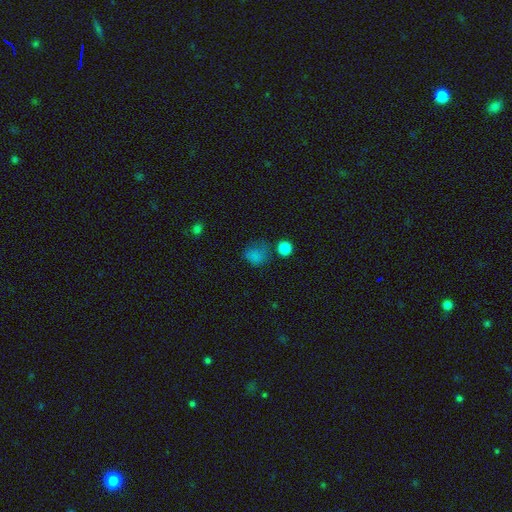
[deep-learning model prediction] Smooth or featured?
  - smooth: 76% *
  - star or artifact: 18%
  - featured or disk: 6%
How rounded?
  - round: 75% *
  - in between: 24%
  - cigar-shaped: 1%
Merging?
  - none: 56% *
  - minor disturbance: 23%
  - major disturbance: 13%
  - merger: 9%